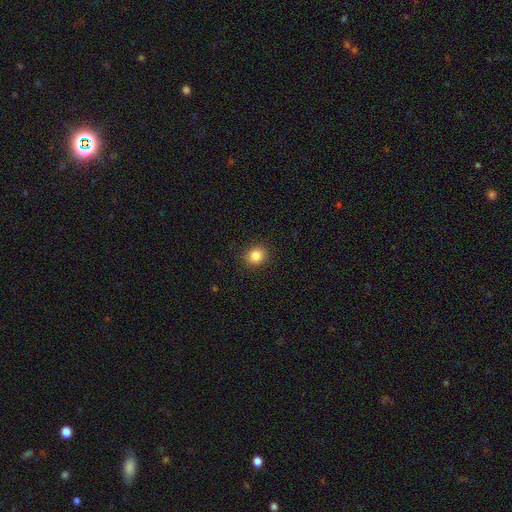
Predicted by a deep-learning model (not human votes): smooth-or-featured: smooth: 85% | star or artifact: 10% | featured or disk: 5%
  how-rounded: round: 76% | in between: 23% | cigar-shaped: 1%
  merging: none: 90% | minor disturbance: 7% | major disturbance: 2% | merger: 1%